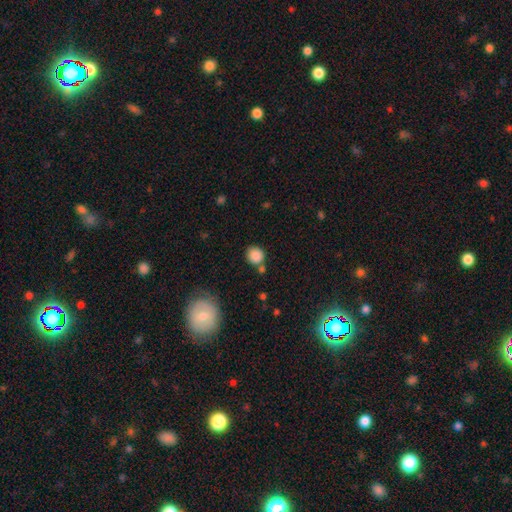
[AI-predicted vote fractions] Smooth or featured? Predicted: smooth (p=0.86). How rounded? Predicted: round (p=0.86). Merging? Predicted: none (p=0.73).